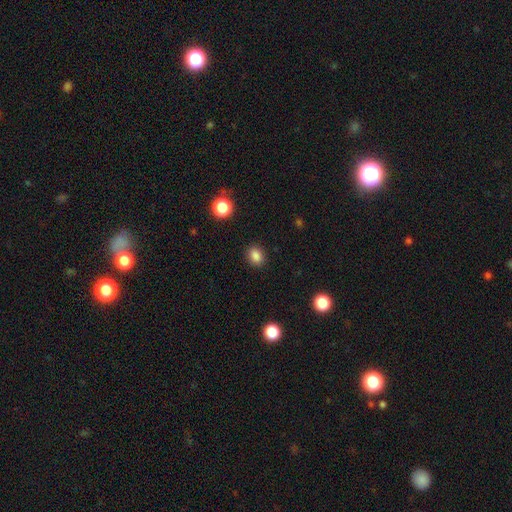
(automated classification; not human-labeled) This is clearly a smooth galaxy (86%). How rounded: possibly in between (54%). Merging: clearly none (89%).